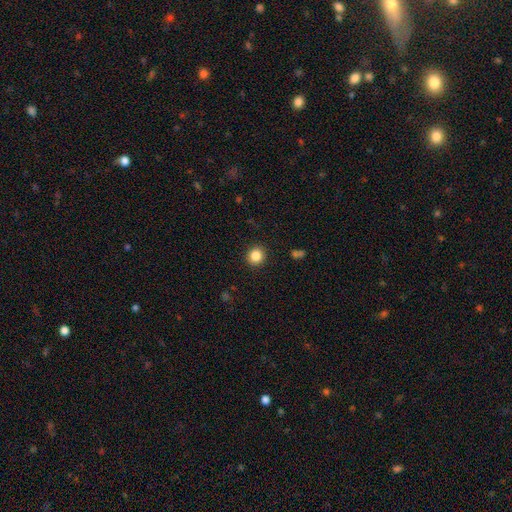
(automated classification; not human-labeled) Smooth or featured: smooth — 85% (star or artifact — 11%)
How rounded: round — 89% (in between — 10%)
Merging: none — 91% (minor disturbance — 6%)